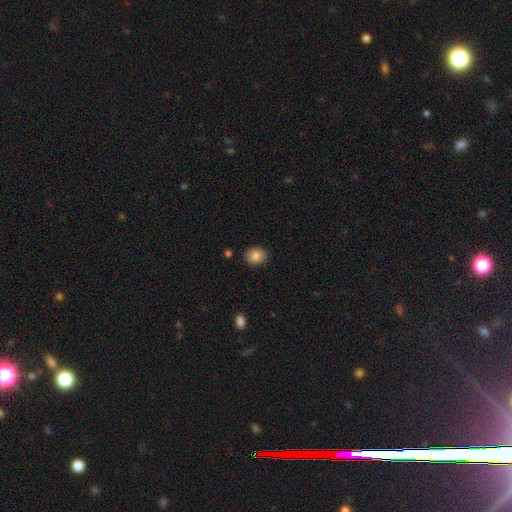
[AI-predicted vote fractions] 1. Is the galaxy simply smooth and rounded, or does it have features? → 85% smooth, 8% star or artifact, 6% featured or disk.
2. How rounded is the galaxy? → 50% in between, 49% round, 1% cigar-shaped.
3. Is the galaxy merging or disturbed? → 86% none, 10% minor disturbance, 2% major disturbance, 1% merger.